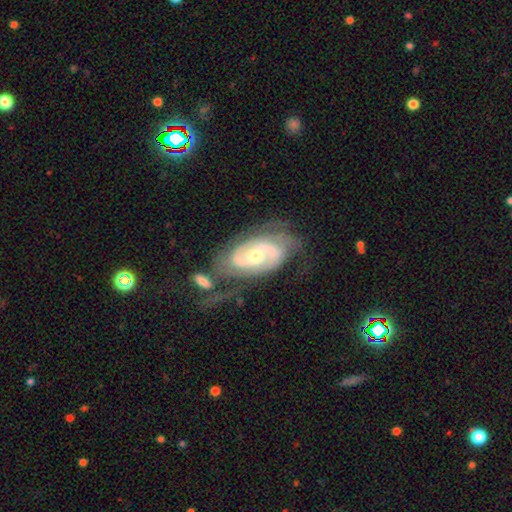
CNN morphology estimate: smooth_or_featured: featured or disk (p=0.89) [alt: smooth p=0.06]
disk_edge_on: no (p=0.96) [alt: yes p=0.04]
bar: no (p=0.61) [alt: weak p=0.30]
has_spiral_arms: yes (p=0.97) [alt: no p=0.03]
spiral_winding: tight (p=0.61) [alt: medium p=0.31]
spiral_arm_count: 2 (p=0.73) [alt: can't tell p=0.12]
bulge_size: moderate (p=0.56) [alt: small p=0.40]
merging: none (p=0.52) [alt: minor disturbance p=0.21]